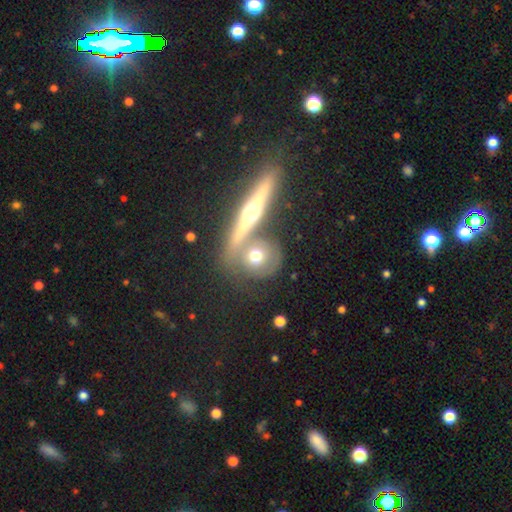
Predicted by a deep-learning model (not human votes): Smooth or featured? Predicted: smooth (p=0.46). Merging? Predicted: none (p=0.54).